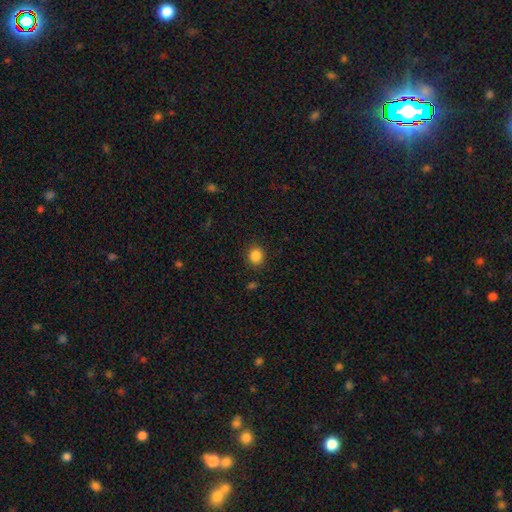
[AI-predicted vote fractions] Morphology: type=smooth (85%); roundness=round (76%); merging=none (88%).